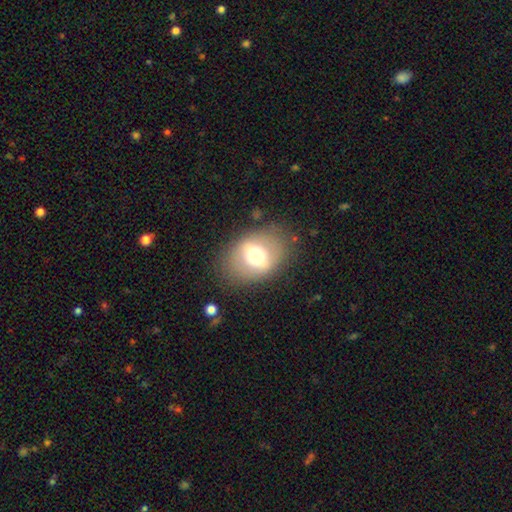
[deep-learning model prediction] Overall: smooth (54%; featured or disk 36%). How rounded: in between (70%). Merging: none (78%).